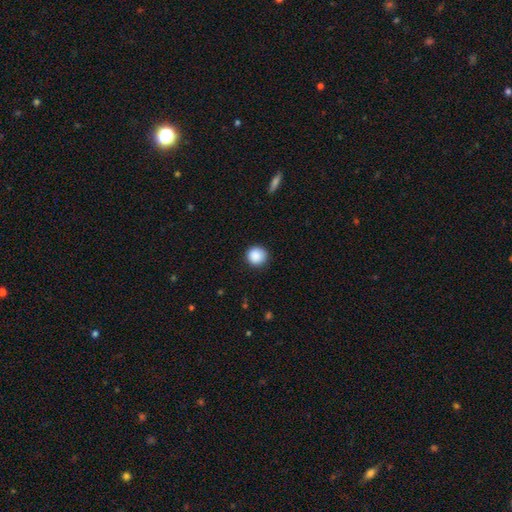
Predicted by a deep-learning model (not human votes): Smooth or featured? smooth (89%)
How rounded? round (94%)
Merging? none (90%)